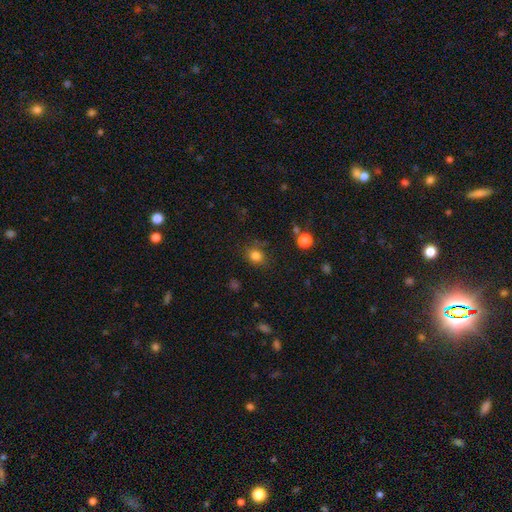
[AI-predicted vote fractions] A smooth galaxy with no disk features (82%) that is round (63%).

Vote fractions:
- Smooth or featured? smooth: 82% / star or artifact: 13% / featured or disk: 5%
- How rounded? round: 63% / in between: 36% / cigar-shaped: 1%
- Merging? none: 78% / minor disturbance: 15% / major disturbance: 4% / merger: 3%